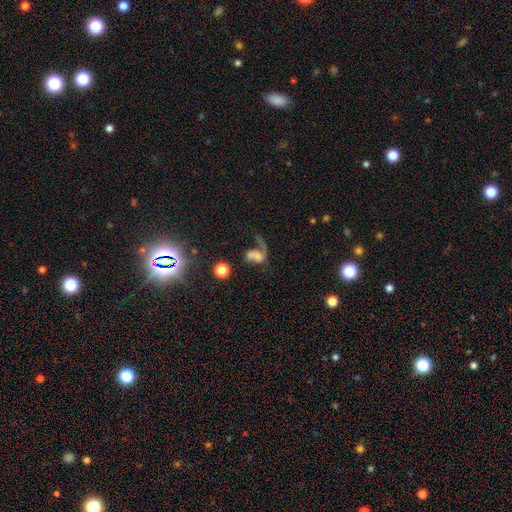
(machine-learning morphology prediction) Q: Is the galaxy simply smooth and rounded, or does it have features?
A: featured or disk — 57%.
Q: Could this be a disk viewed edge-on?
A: no — 97%.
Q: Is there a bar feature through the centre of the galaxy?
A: no — 69%.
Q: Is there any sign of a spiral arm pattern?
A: yes — 72%.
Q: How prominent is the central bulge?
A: none — 47%.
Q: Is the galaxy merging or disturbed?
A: major disturbance — 39%.